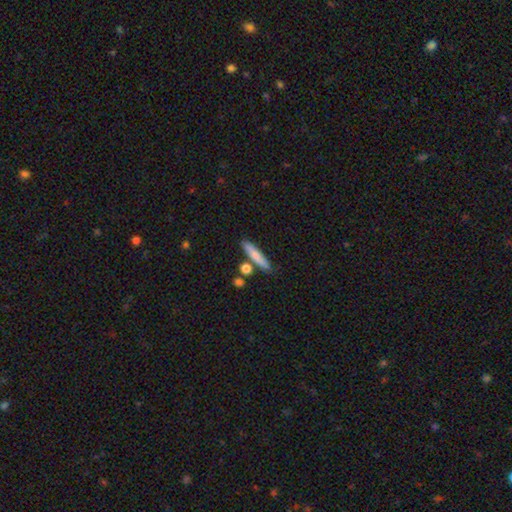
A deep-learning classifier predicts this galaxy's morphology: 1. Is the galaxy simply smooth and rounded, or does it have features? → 75% smooth, 18% featured or disk, 6% star or artifact.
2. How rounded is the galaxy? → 84% cigar-shaped, 12% in between, 3% round.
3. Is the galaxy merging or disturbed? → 78% none, 11% minor disturbance, 9% merger, 3% major disturbance.